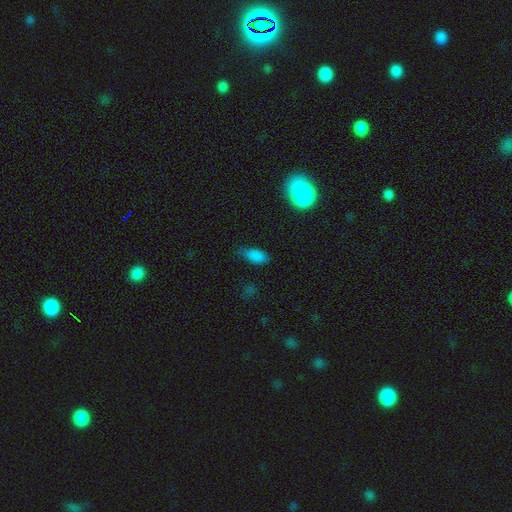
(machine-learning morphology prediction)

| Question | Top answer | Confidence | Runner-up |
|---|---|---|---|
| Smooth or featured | smooth | 81% | star or artifact (13%) |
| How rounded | in between | 88% | cigar-shaped (8%) |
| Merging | none | 64% | minor disturbance (28%) |